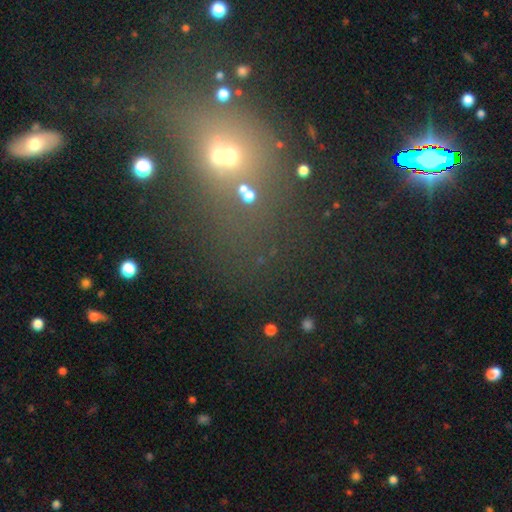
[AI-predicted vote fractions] The model was most divided on "smooth or featured": star or artifact: 52%, smooth: 33%, featured or disk: 15%.